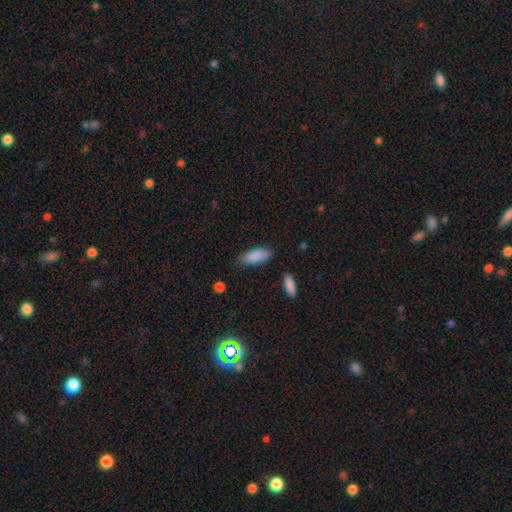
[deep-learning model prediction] A smooth galaxy with no disk features (88%) that is in between round and cigar-shaped (78%). Merging: none (78%).